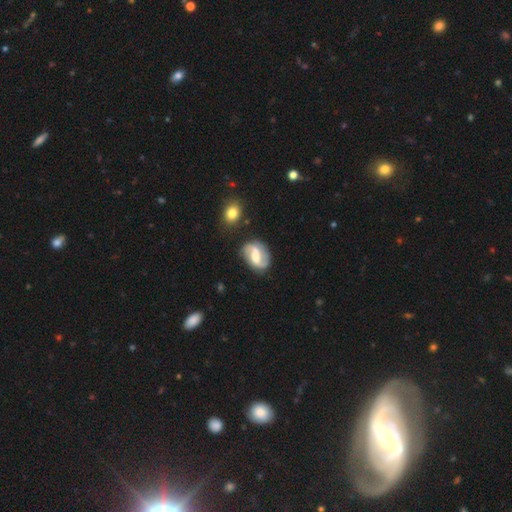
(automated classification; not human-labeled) smooth_or_featured: featured or disk (p=0.73) [alt: smooth p=0.20]
disk_edge_on: no (p=0.97) [alt: yes p=0.03]
bar: weak (p=0.43) [alt: strong p=0.38]
has_spiral_arms: yes (p=0.90) [alt: no p=0.10]
spiral_winding: loose (p=0.42) [alt: medium p=0.41]
spiral_arm_count: 2 (p=0.88) [alt: can't tell p=0.05]
bulge_size: moderate (p=0.37) [alt: large p=0.21]
merging: none (p=0.72) [alt: minor disturbance p=0.17]